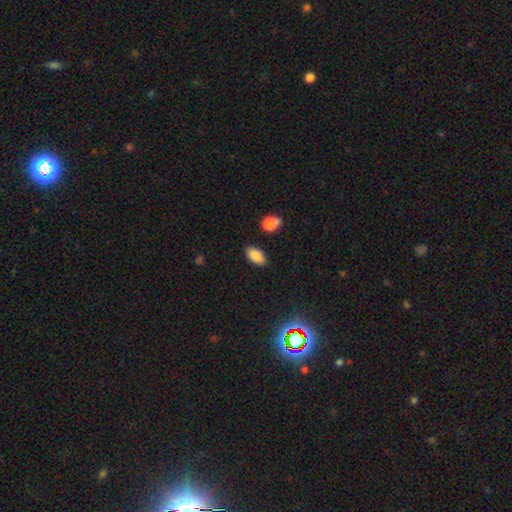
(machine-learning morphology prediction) smooth-or-featured: smooth: 85% | star or artifact: 9% | featured or disk: 7%
  how-rounded: in between: 93% | round: 4% | cigar-shaped: 3%
  merging: none: 85% | minor disturbance: 10% | merger: 3% | major disturbance: 2%